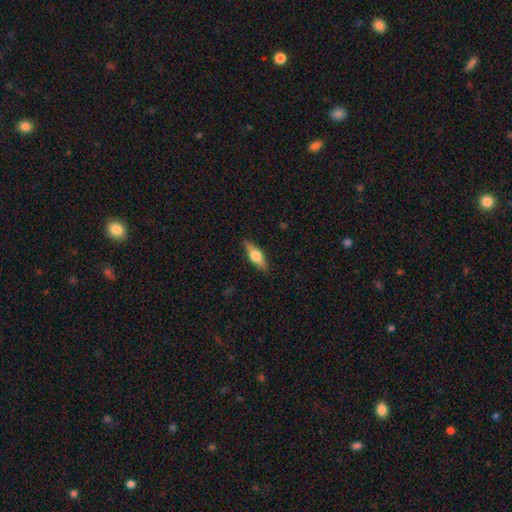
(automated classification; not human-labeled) Smooth or featured?
  - featured or disk: 47% *
  - smooth: 46%
  - star or artifact: 6%
Merging?
  - none: 88% *
  - minor disturbance: 9%
  - major disturbance: 2%
  - merger: 1%